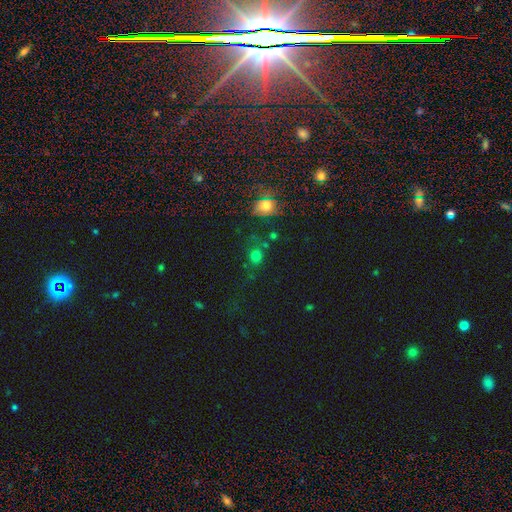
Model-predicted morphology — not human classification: Overall: smooth (70%). How rounded: round (76%). Merging: none (69%).